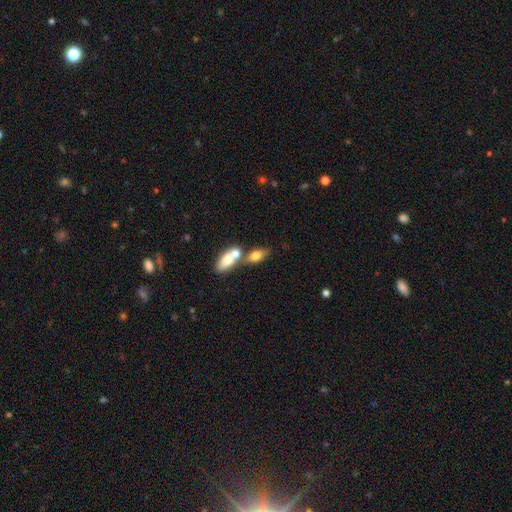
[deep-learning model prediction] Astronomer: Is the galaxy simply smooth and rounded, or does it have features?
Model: smooth — 72%.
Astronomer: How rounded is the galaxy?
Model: in between — 77%.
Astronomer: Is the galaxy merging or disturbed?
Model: merger — 57%.